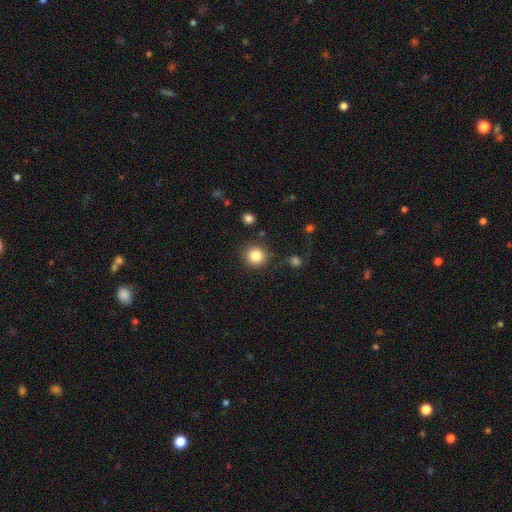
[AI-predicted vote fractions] Smooth or featured: smooth — 85% (star or artifact — 10%)
How rounded: round — 91% (in between — 8%)
Merging: none — 84% (minor disturbance — 9%)